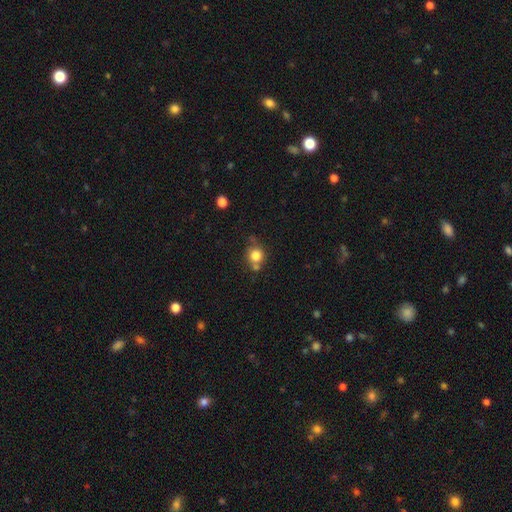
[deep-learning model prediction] Smooth or featured? Predicted: smooth (p=0.81). How rounded? Predicted: round (p=0.85). Merging? Predicted: none (p=0.60).